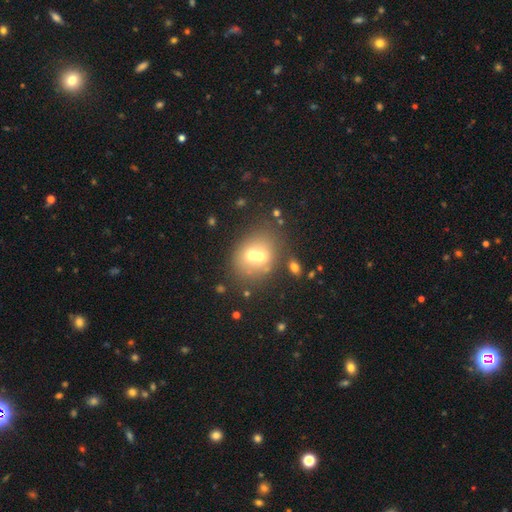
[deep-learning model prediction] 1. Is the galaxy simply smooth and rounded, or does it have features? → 59% smooth, 28% featured or disk, 13% star or artifact.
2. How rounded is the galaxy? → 63% round, 36% in between, 1% cigar-shaped.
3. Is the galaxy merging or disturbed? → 58% merger, 30% none, 8% minor disturbance, 4% major disturbance.